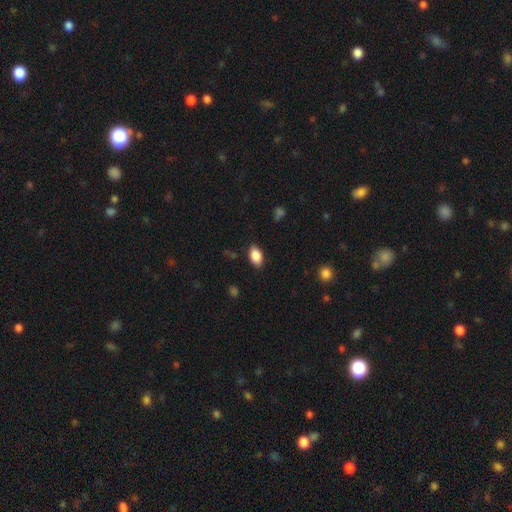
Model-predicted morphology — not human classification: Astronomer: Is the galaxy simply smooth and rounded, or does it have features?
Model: smooth — 87%.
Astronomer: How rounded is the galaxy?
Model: in between — 91%.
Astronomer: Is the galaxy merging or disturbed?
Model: none — 85%.